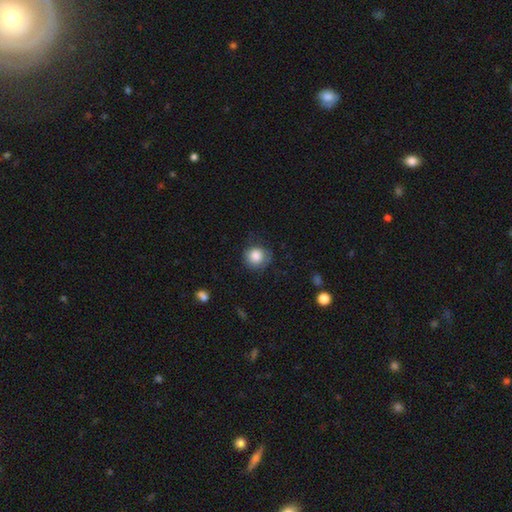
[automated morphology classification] smooth-or-featured: smooth: 84% | star or artifact: 8% | featured or disk: 8%
  how-rounded: round: 87% | in between: 12% | cigar-shaped: 1%
  merging: none: 69% | minor disturbance: 22% | major disturbance: 8% | merger: 1%